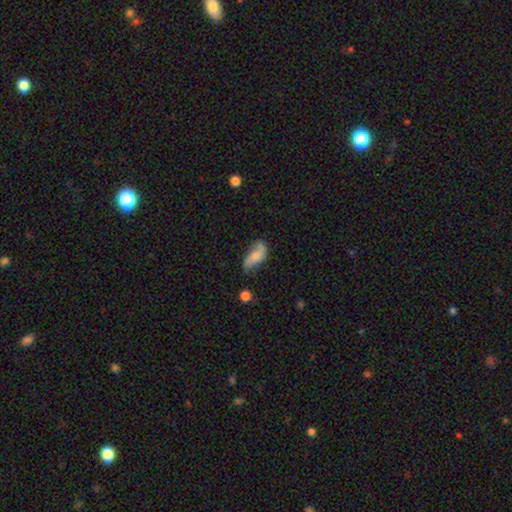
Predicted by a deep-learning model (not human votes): Smooth or featured? Predicted: featured or disk (p=0.49). Merging? Predicted: none (p=0.47).